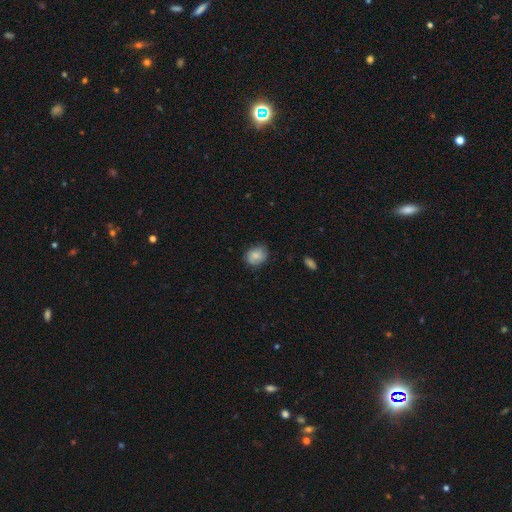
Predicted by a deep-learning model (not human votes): smooth_or_featured: smooth (p=0.75) [alt: featured or disk p=0.18]
how_rounded: round (p=0.53) [alt: in between p=0.46]
merging: none (p=0.73) [alt: minor disturbance p=0.22]